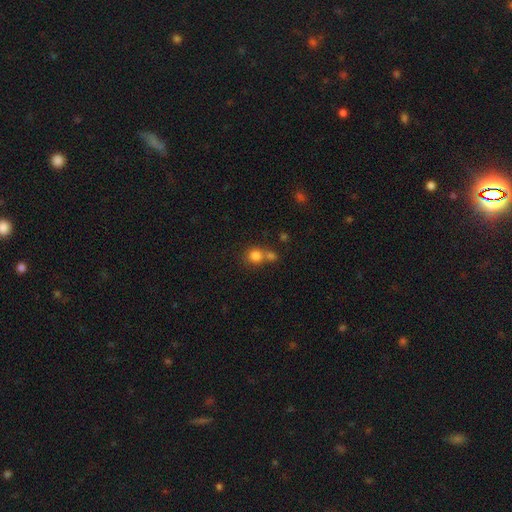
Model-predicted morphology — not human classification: type=smooth (81%); roundness=round (86%); merging=none (51%).